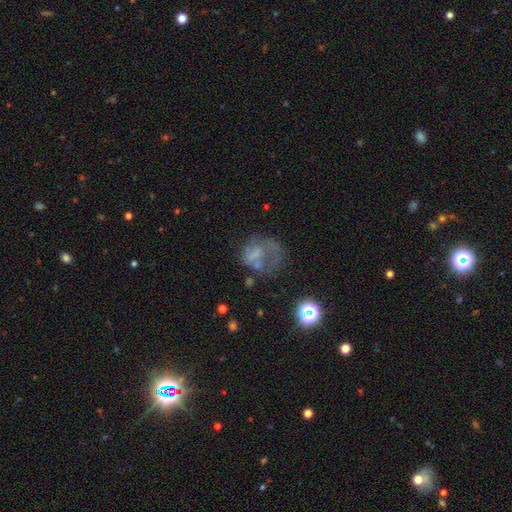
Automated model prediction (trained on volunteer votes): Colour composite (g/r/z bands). It shows a featured or disk galaxy (42%). Merging: major disturbance (42%).